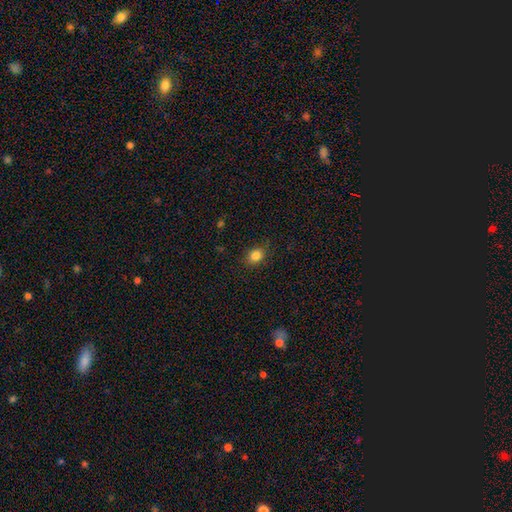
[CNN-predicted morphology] This appears to be a smooth galaxy with no disk features (85%) that is round (57%). Merging: none (87%).